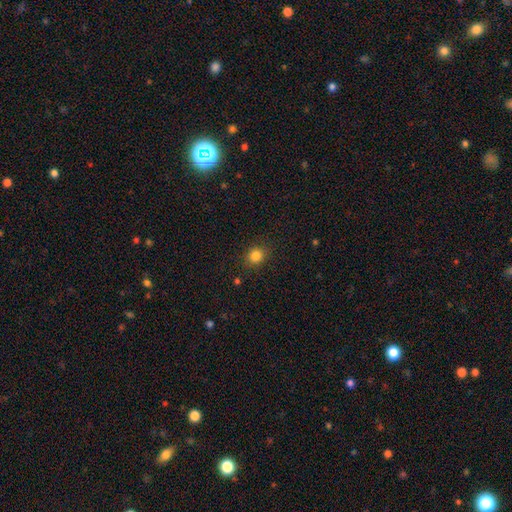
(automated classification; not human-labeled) smooth-or-featured: smooth: 83% | star or artifact: 13% | featured or disk: 5%
  how-rounded: round: 78% | in between: 21% | cigar-shaped: 1%
  merging: none: 87% | minor disturbance: 9% | major disturbance: 3% | merger: 1%